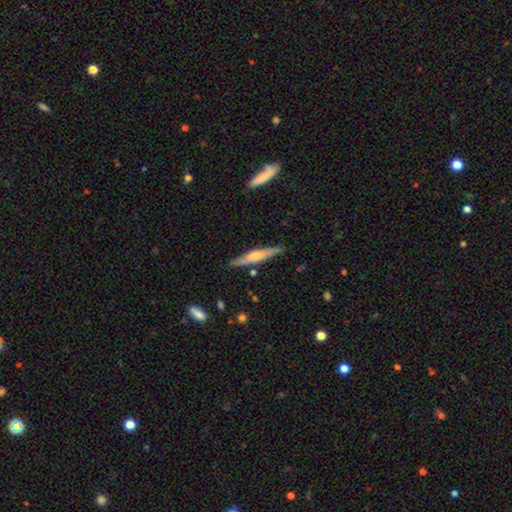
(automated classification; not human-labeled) smooth-or-featured: featured or disk: 60% | smooth: 34% | star or artifact: 6%
  disk-edge-on: yes: 96% | no: 4%
    edge-on-bulge: rounded: 73% | boxy: 13% | none: 13%
  merging: none: 87% | minor disturbance: 9% | merger: 2% | major disturbance: 2%